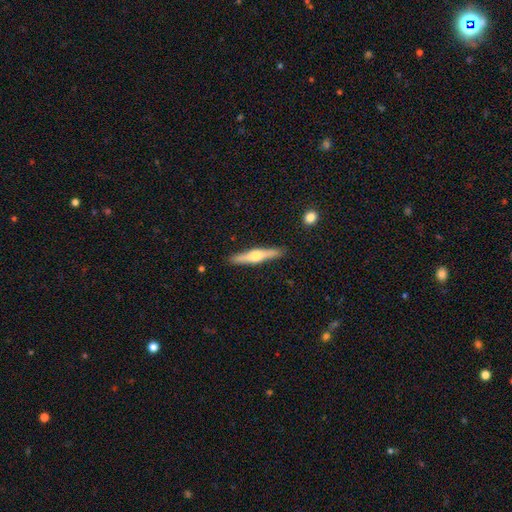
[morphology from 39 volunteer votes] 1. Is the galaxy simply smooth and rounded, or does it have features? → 69% featured or disk, 28% smooth, 3% star or artifact.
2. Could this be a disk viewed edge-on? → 100% yes, 0% no.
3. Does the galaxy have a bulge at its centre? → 96% rounded, 4% boxy, 0% none.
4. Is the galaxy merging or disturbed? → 87% none, 11% minor disturbance, 3% merger, 0% major disturbance.